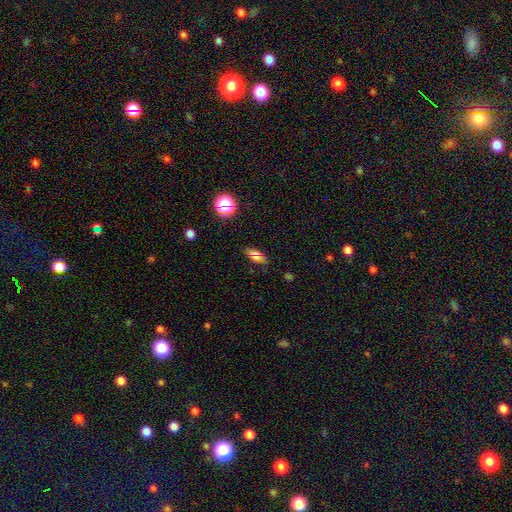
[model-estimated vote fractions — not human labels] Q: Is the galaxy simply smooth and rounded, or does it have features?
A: smooth — 61%.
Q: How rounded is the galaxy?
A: in between — 67%.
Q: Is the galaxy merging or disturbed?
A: none — 80%.